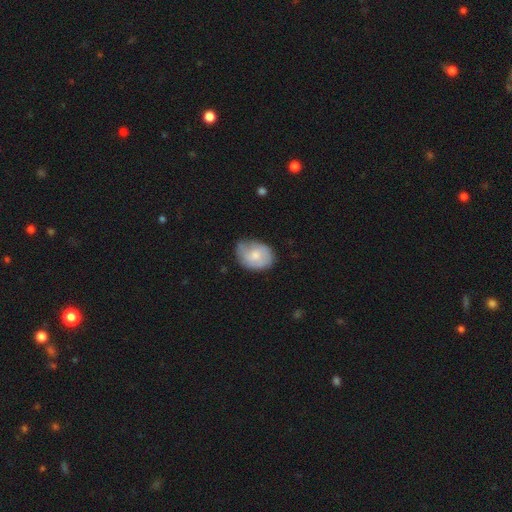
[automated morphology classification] A smooth galaxy with no disk features (61%) that is in between round and cigar-shaped (66%).

Vote fractions:
- Smooth or featured? smooth: 61% / featured or disk: 32% / star or artifact: 6%
- How rounded? in between: 66% / round: 33% / cigar-shaped: 1%
- Merging? none: 60% / minor disturbance: 31% / major disturbance: 7% / merger: 2%